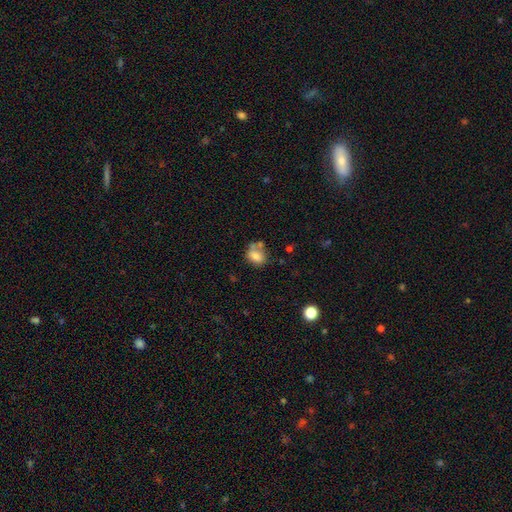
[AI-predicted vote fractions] Smooth or featured? smooth (75%)
How rounded? in between (60%)
Merging? none (47%)